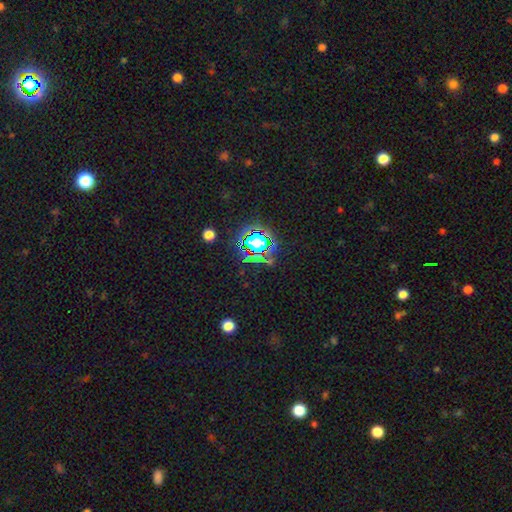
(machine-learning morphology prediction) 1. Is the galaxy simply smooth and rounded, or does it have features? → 81% star or artifact, 11% smooth, 8% featured or disk.